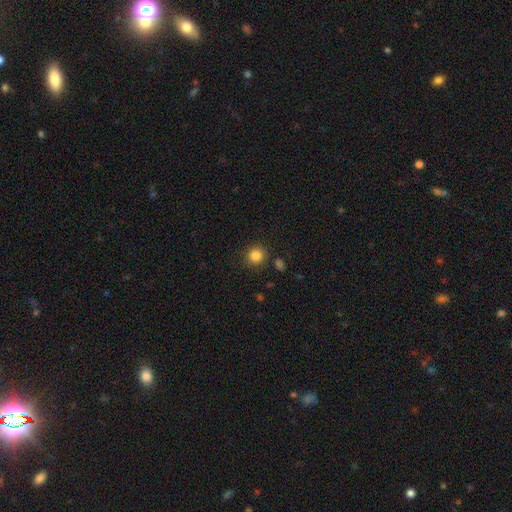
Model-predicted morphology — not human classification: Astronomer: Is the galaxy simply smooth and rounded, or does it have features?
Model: smooth — 84%.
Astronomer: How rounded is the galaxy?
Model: round — 89%.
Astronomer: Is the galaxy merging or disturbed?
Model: none — 87%.